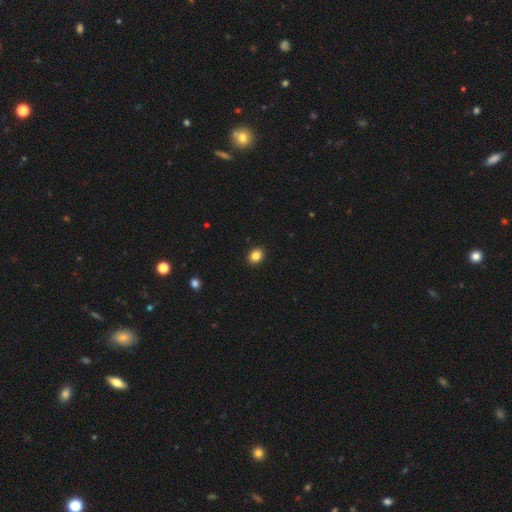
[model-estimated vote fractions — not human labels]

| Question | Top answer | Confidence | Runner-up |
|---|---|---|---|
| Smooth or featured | smooth | 86% | star or artifact (10%) |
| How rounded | round | 57% | in between (42%) |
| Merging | none | 92% | minor disturbance (5%) |